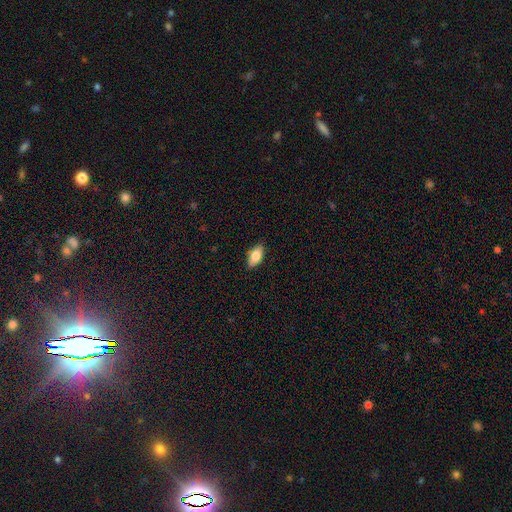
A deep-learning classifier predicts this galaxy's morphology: Overall: smooth (78%). How rounded: in between (89%). Merging: none (86%).